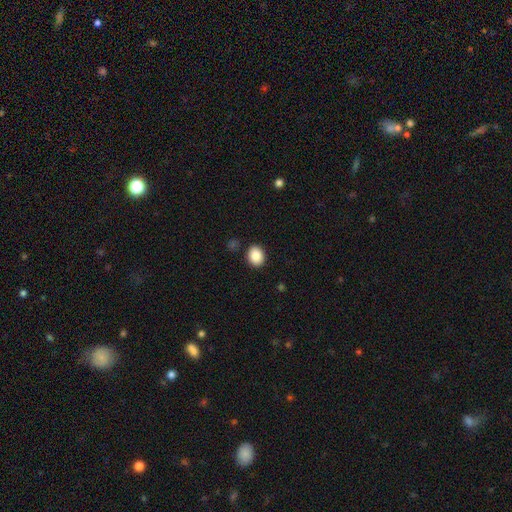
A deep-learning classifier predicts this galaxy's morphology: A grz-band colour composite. It shows a smooth galaxy with no disk features (88%) that is round (51%). Merging: none (88%).